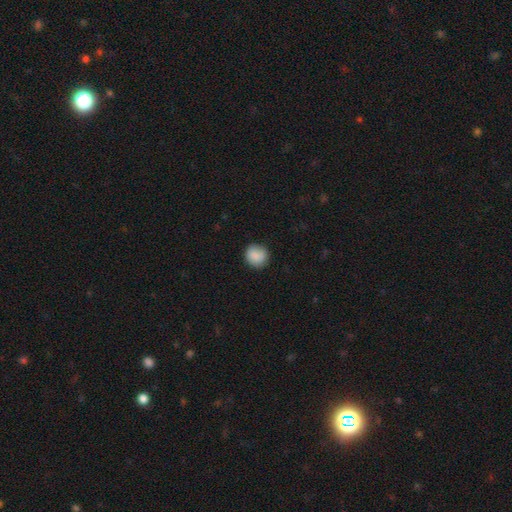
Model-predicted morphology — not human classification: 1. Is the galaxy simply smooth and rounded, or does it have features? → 88% smooth, 7% star or artifact, 5% featured or disk.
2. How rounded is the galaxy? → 90% round, 9% in between, 1% cigar-shaped.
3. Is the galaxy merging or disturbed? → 84% none, 12% minor disturbance, 3% major disturbance, 1% merger.